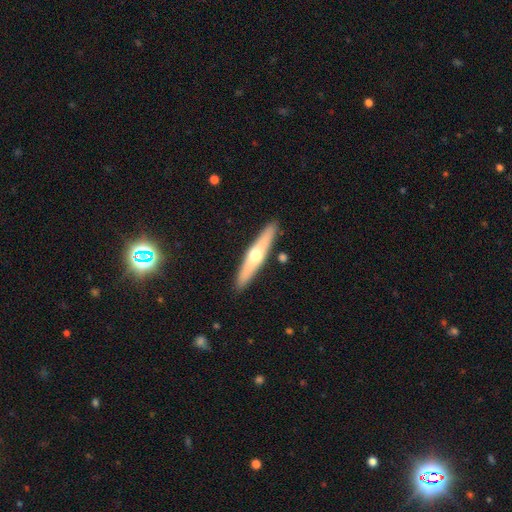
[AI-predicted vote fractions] Morphology: type=featured or disk (52%); edge-on=yes (90%); merging=none (89%).